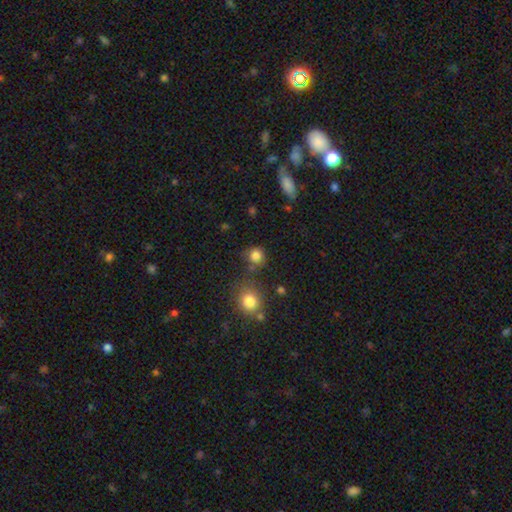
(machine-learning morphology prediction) A smooth galaxy with no disk features (82%) that is round (87%). Merging: none (69%).